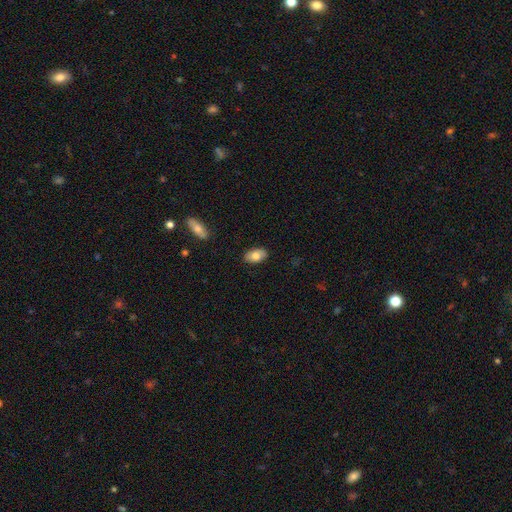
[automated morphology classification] Q: Smooth or featured?
A: smooth (78%); runner-up: featured or disk (16%)
Q: How rounded?
A: in between (93%); runner-up: round (5%)
Q: Merging?
A: none (86%); runner-up: minor disturbance (11%)